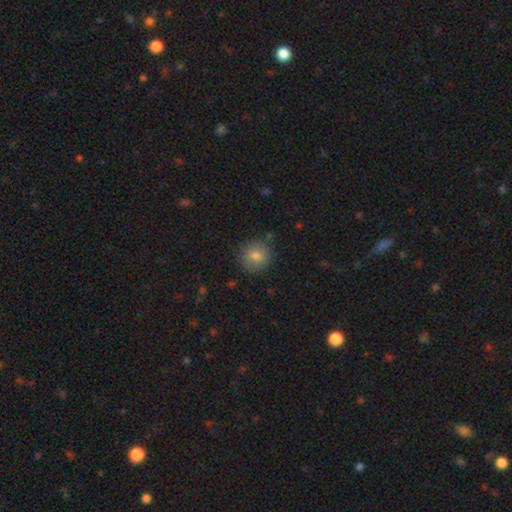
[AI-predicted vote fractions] Smooth or featured: smooth — 78% (featured or disk — 11%)
How rounded: round — 90% (in between — 9%)
Merging: none — 86% (minor disturbance — 10%)